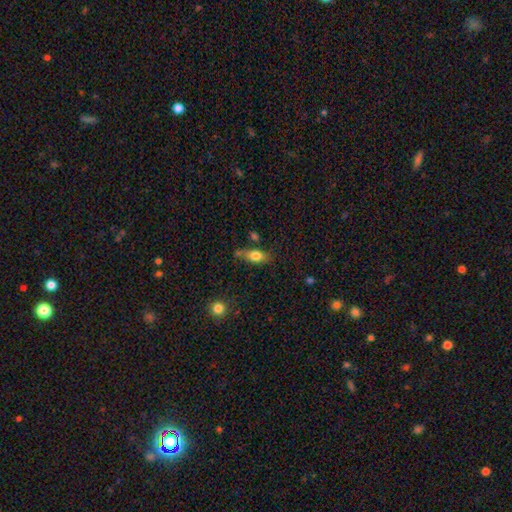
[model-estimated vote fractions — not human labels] Smooth or featured: smooth — 77% (featured or disk — 15%)
How rounded: in between — 81% (cigar-shaped — 12%)
Merging: none — 63% (minor disturbance — 21%)